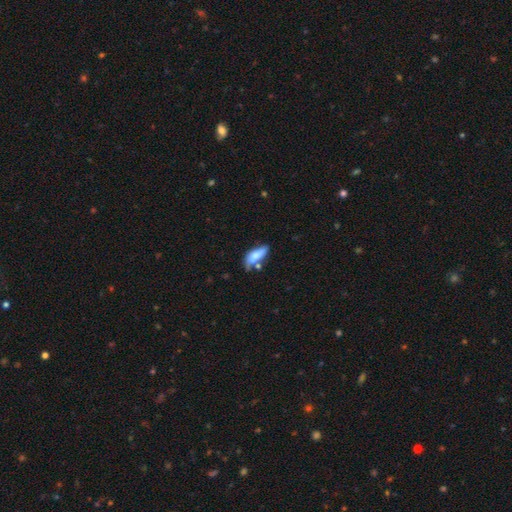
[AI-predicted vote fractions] This is likely a smooth galaxy (77%). How rounded: possibly in between (59%). Merging: possibly none (50%).